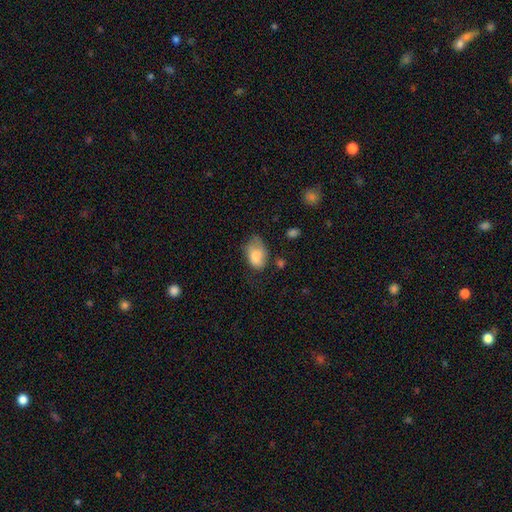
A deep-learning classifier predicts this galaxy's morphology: Smooth or featured? smooth (78%)
How rounded? in between (88%)
Merging? none (46%)